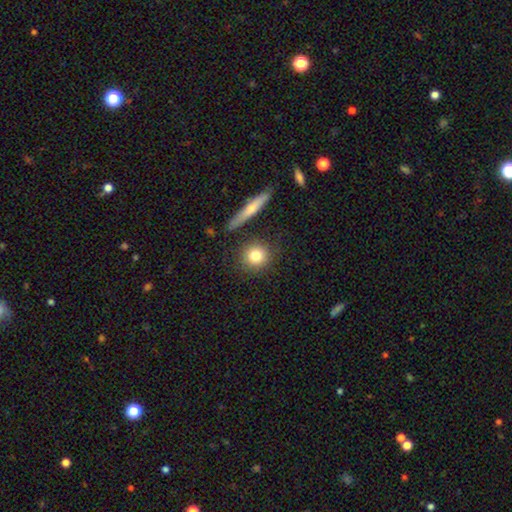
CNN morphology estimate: Smooth or featured? smooth (79%)
How rounded? round (88%)
Merging? none (84%)